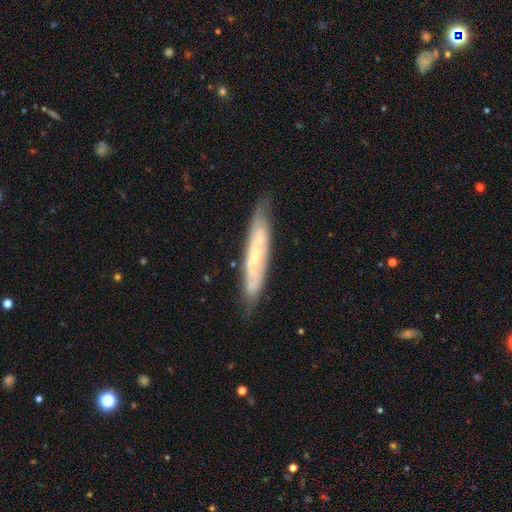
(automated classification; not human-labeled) Smooth or featured? Predicted: featured or disk (p=0.66). Edge-on disk? Predicted: yes (p=0.57). Merging? Predicted: none (p=0.76).